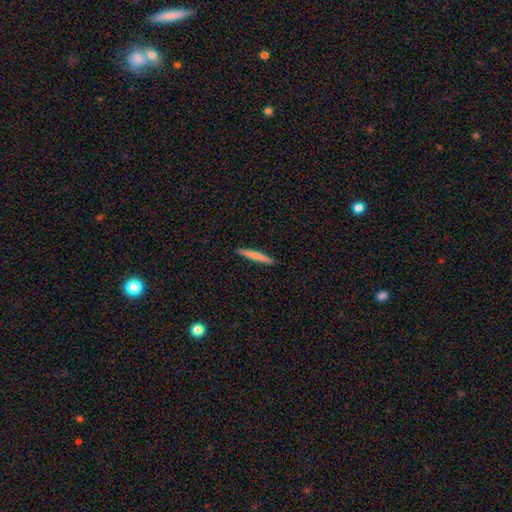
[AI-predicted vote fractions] Q: Smooth or featured?
A: smooth (74%); runner-up: featured or disk (20%)
Q: How rounded?
A: cigar-shaped (96%); runner-up: in between (3%)
Q: Merging?
A: none (92%); runner-up: minor disturbance (6%)